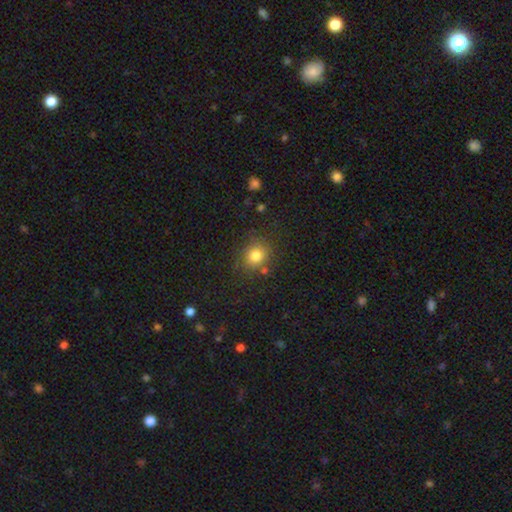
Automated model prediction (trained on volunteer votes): This appears to be a smooth galaxy with no disk features (80%) that is round (78%). Merging: none (80%).